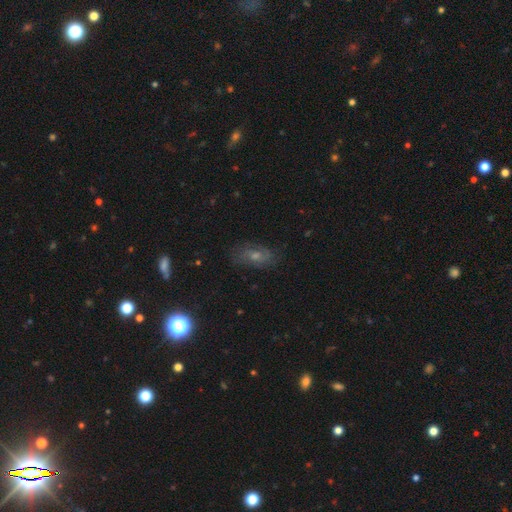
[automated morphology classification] featured or disk 39%, smooth 37%, star or artifact 25%. Down the decision tree: merging — none (78%).